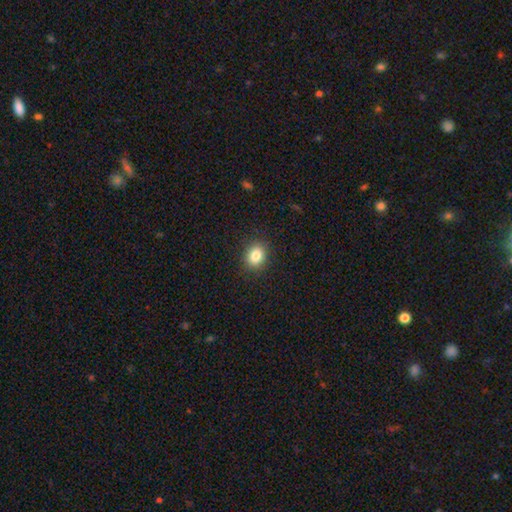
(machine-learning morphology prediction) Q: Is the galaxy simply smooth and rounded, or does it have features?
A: smooth — 84%.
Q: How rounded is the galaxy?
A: round — 53%.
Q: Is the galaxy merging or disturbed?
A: none — 89%.